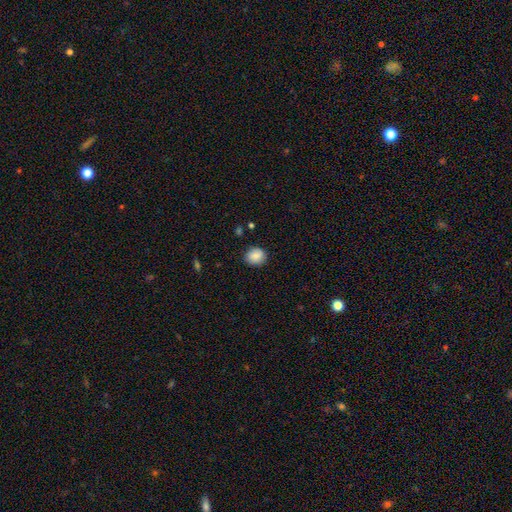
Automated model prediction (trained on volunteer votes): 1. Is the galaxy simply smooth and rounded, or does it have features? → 88% smooth, 8% star or artifact, 5% featured or disk.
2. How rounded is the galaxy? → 74% round, 25% in between, 1% cigar-shaped.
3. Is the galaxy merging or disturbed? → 86% none, 11% minor disturbance, 2% major disturbance, 1% merger.